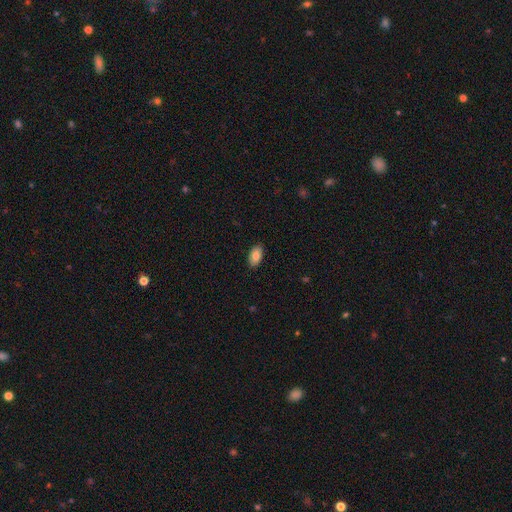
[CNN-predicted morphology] A smooth galaxy with no disk features (82%) that is in between round and cigar-shaped (94%). Merging: none (88%).